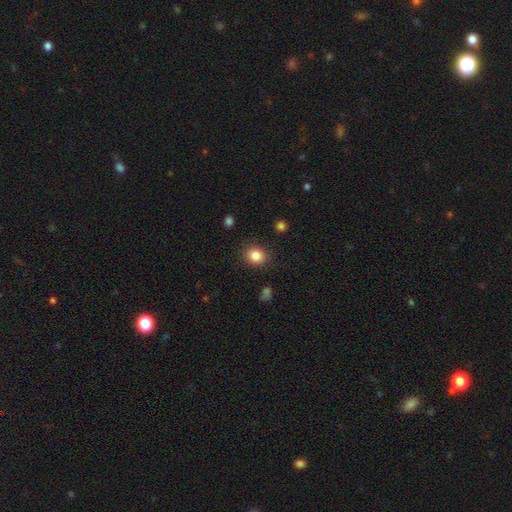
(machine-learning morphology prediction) smooth_or_featured: smooth (p=0.84) [alt: star or artifact p=0.10]
how_rounded: round (p=0.66) [alt: in between p=0.33]
merging: none (p=0.85) [alt: minor disturbance p=0.10]